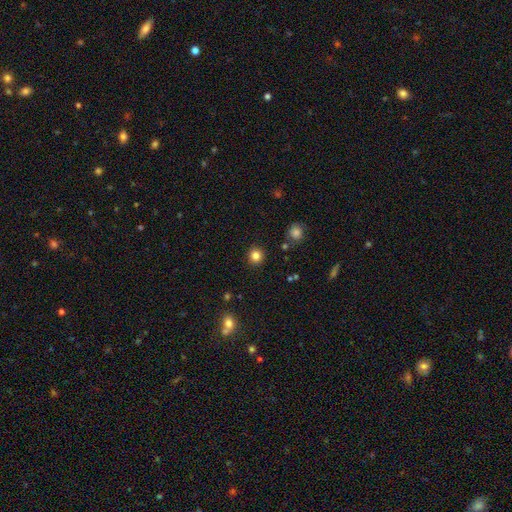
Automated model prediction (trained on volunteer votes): Smooth or featured? smooth (83%)
How rounded? round (92%)
Merging? none (91%)